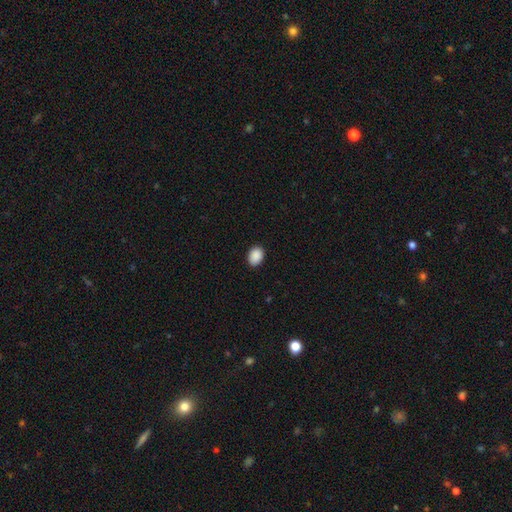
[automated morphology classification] The model was most divided on "how rounded": in between: 73%, round: 26%, cigar-shaped: 1%. More confident: smooth or featured — smooth (90%); merging — none (88%).